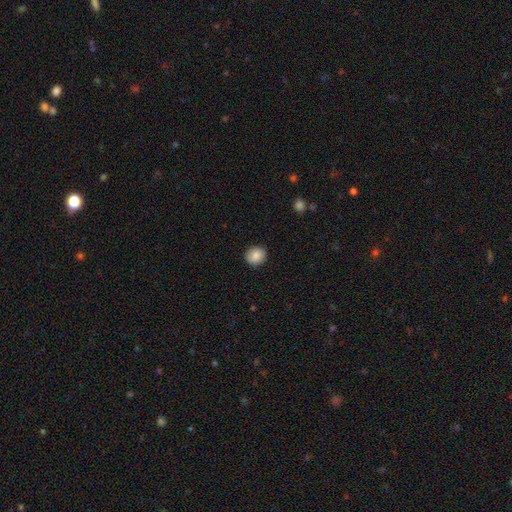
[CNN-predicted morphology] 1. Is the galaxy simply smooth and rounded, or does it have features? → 86% smooth, 8% star or artifact, 6% featured or disk.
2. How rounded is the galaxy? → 83% round, 16% in between, 1% cigar-shaped.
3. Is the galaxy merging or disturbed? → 89% none, 8% minor disturbance, 2% major disturbance, 1% merger.